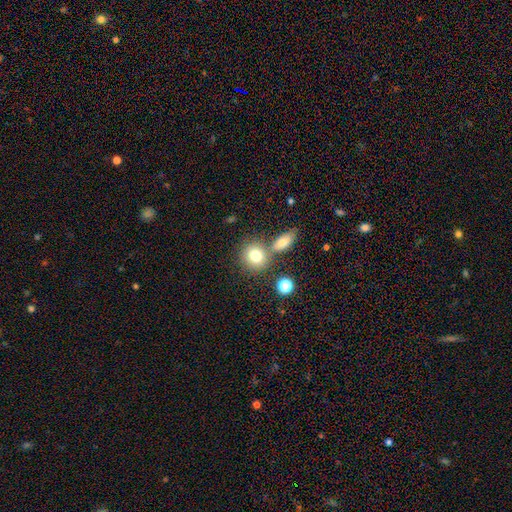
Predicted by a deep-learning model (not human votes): A smooth galaxy with no disk features (77%) that is round (79%).

Vote fractions:
- Smooth or featured? smooth: 77% / featured or disk: 12% / star or artifact: 11%
- How rounded? round: 79% / in between: 20% / cigar-shaped: 1%
- Merging? none: 60% / merger: 27% / minor disturbance: 10% / major disturbance: 4%